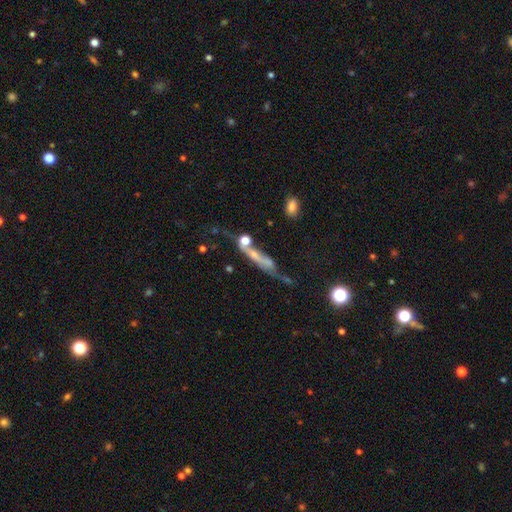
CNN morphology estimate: Smooth or featured?
  - featured or disk: 55% *
  - smooth: 30%
  - star or artifact: 15%
Edge-on disk?
  - yes: 61% *
  - no: 39%
Merging?
  - none: 36% *
  - major disturbance: 22%
  - merger: 21%
  - minor disturbance: 20%